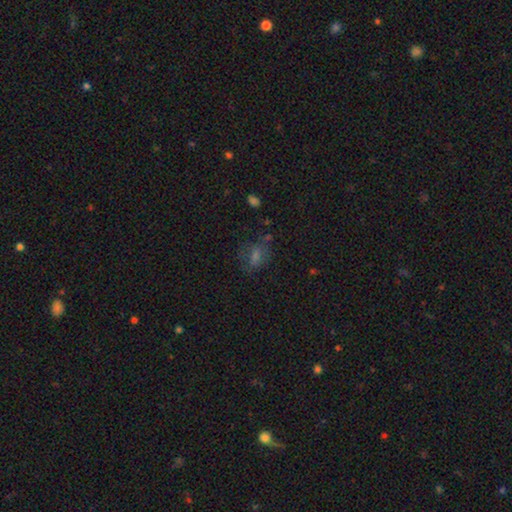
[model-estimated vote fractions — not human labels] smooth-or-featured: smooth: 46% | star or artifact: 32% | featured or disk: 22%
  merging: none: 62% | minor disturbance: 20% | major disturbance: 14% | merger: 4%